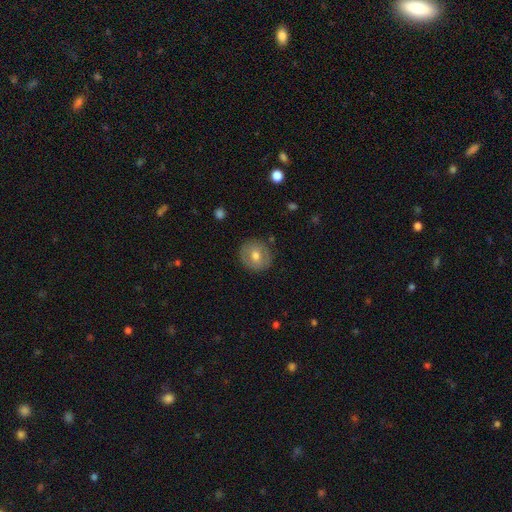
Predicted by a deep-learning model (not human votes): A smooth galaxy with no disk features (61%) that is round (88%). Merging: none (87%).